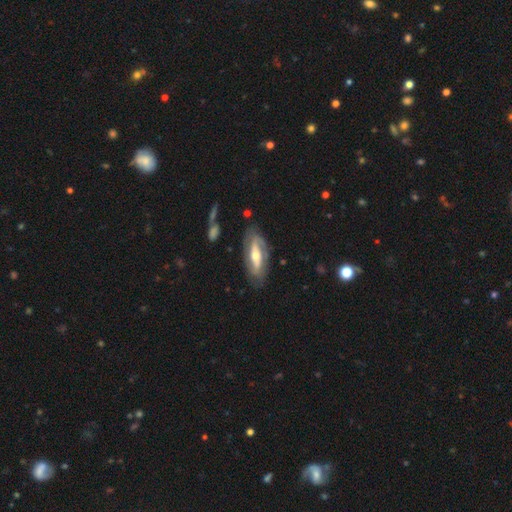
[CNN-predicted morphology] Smooth or featured?
  - featured or disk: 75% *
  - smooth: 20%
  - star or artifact: 5%
Edge-on disk?
  - no: 84% *
  - yes: 16%
Bar?
  - strong: 41% *
  - no: 30%
  - weak: 28%
Spiral arms?
  - yes: 78% *
  - no: 22%
Bulge size?
  - moderate: 65% *
  - small: 26%
  - large: 6%
  - none: 1%
  - dominant: 1%
Merging?
  - none: 76% *
  - minor disturbance: 15%
  - major disturbance: 6%
  - merger: 2%